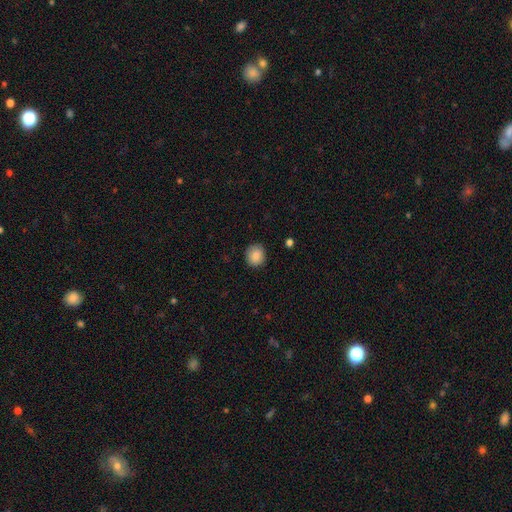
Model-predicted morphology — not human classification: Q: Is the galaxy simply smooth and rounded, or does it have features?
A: smooth — 88%.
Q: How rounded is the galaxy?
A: round — 84%.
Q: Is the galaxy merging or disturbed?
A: none — 89%.